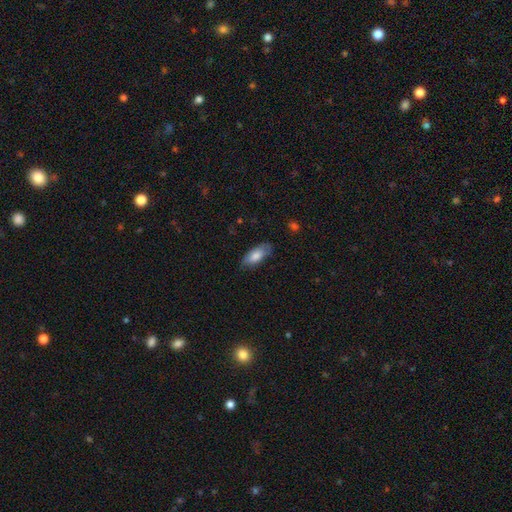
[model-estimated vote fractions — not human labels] This appears to be a smooth galaxy with no disk features (77%) that is in between round and cigar-shaped (85%). Merging: none (75%).